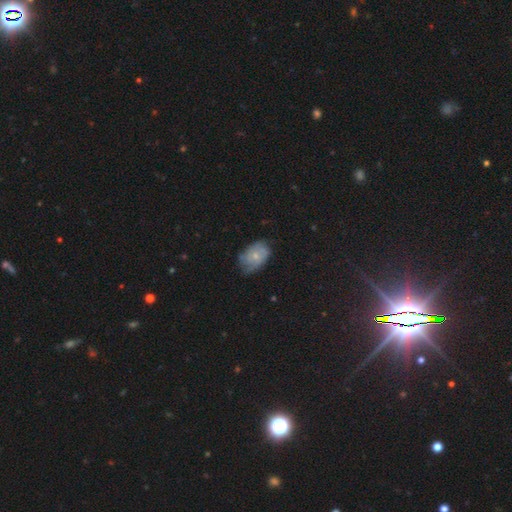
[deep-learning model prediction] Morphology: type=smooth (48%); merging=none (55%).